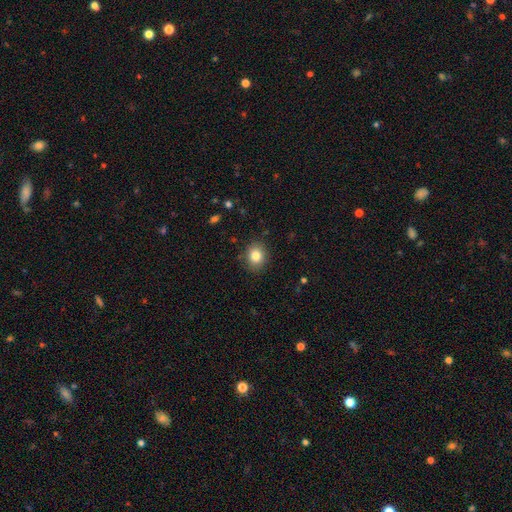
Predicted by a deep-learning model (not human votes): Smooth or featured?
  - smooth: 83% *
  - star or artifact: 10%
  - featured or disk: 7%
How rounded?
  - round: 62% *
  - in between: 37%
  - cigar-shaped: 1%
Merging?
  - none: 87% *
  - minor disturbance: 10%
  - major disturbance: 2%
  - merger: 1%